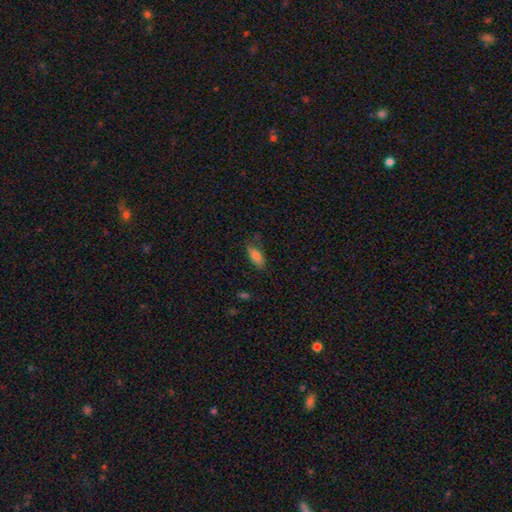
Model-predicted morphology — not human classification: smooth 80%, featured or disk 12%, star or artifact 8%. Down the decision tree: how rounded — in between (80%); merging — none (67%).